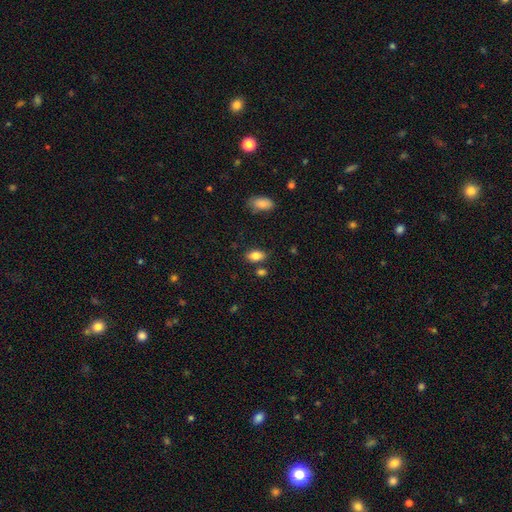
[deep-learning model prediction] This appears to be a smooth galaxy with no disk features (84%) that is in between round and cigar-shaped (88%). Merging: none (79%).